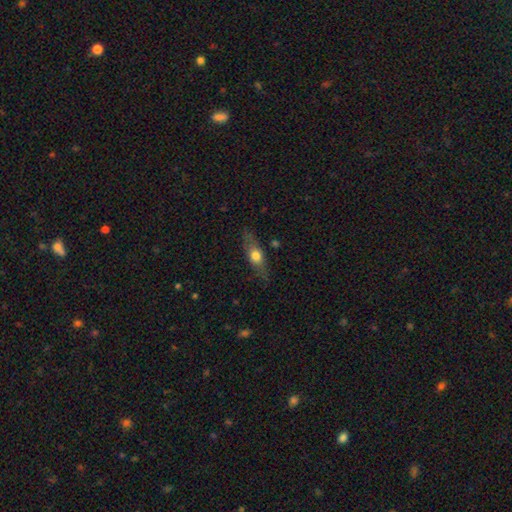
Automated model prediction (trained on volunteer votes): Smooth or featured? smooth (54%)
How rounded? in between (50%)
Merging? none (76%)